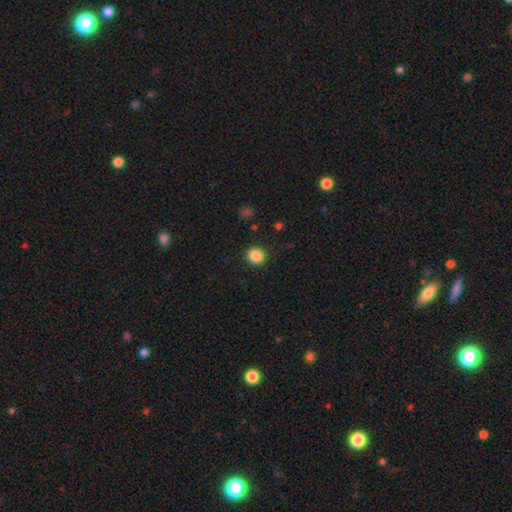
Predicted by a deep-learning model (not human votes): This is clearly a smooth galaxy (87%). How rounded: clearly round (93%). Merging: clearly none (92%).